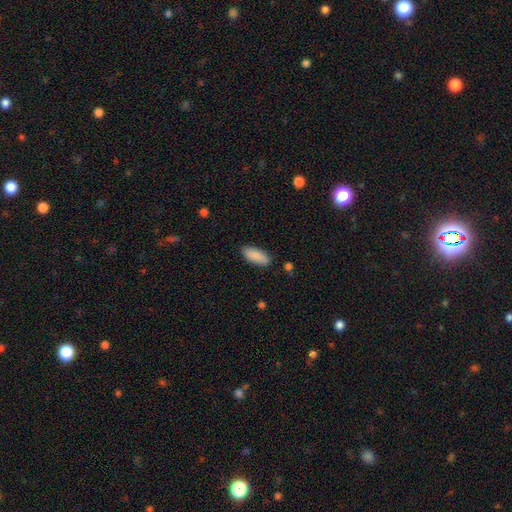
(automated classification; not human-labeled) Smooth or featured: smooth — 87% (featured or disk — 7%)
How rounded: in between — 85% (cigar-shaped — 13%)
Merging: none — 86% (minor disturbance — 10%)